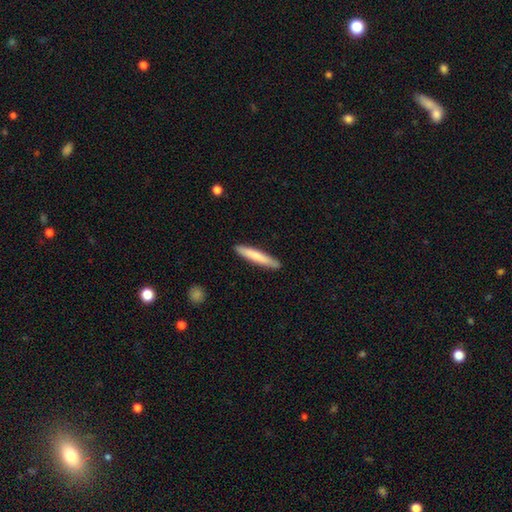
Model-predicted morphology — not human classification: Overall: smooth (74%). How rounded: cigar-shaped (93%). Merging: none (88%).